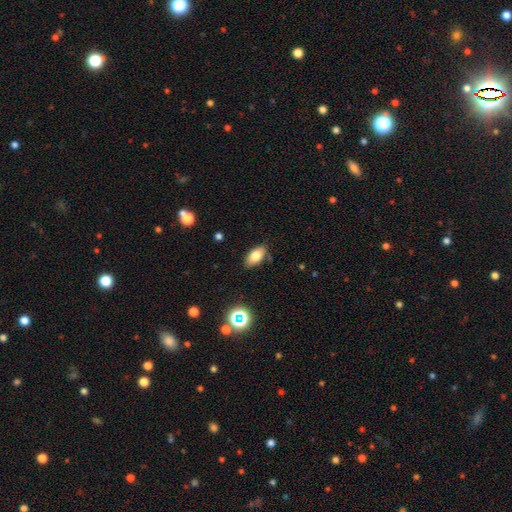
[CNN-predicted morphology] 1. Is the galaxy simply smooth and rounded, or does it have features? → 77% smooth, 13% featured or disk, 10% star or artifact.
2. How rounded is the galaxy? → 91% in between, 5% round, 5% cigar-shaped.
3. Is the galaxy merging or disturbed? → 84% none, 11% minor disturbance, 2% major disturbance, 2% merger.